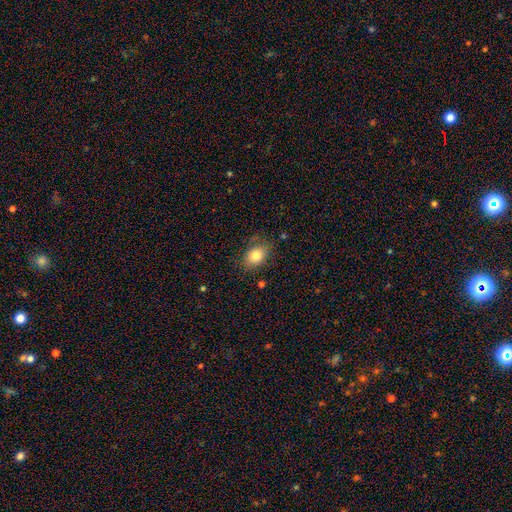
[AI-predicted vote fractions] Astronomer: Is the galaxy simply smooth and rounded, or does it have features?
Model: smooth — 81%.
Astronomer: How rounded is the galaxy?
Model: in between — 73%.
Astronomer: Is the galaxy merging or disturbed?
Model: none — 77%.